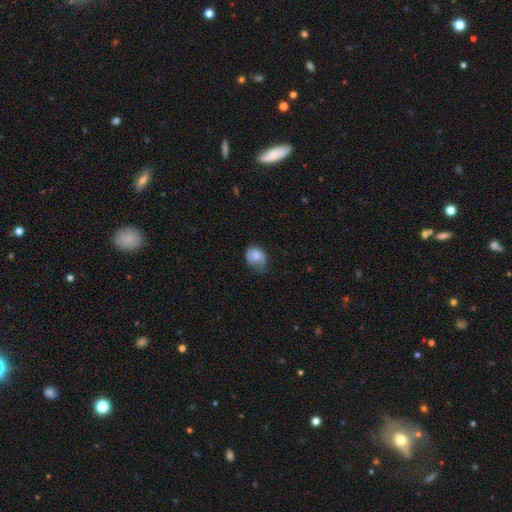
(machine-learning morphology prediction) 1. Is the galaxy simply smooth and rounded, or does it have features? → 78% smooth, 14% featured or disk, 8% star or artifact.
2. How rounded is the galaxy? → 55% in between, 44% round, 1% cigar-shaped.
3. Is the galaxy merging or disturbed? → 41% minor disturbance, 37% none, 20% major disturbance, 2% merger.